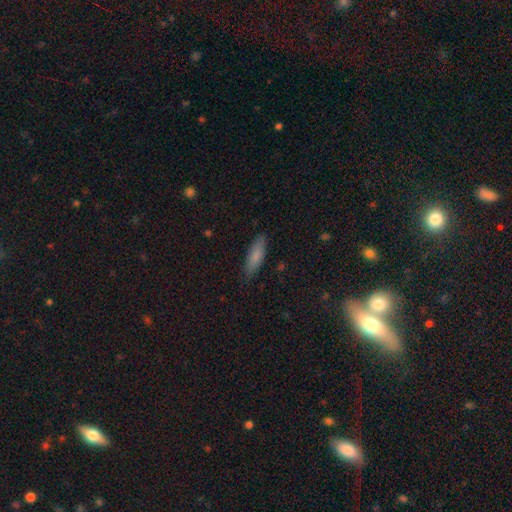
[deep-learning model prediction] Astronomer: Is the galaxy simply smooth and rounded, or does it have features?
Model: smooth — 80%.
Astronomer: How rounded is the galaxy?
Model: cigar-shaped — 55% (runner-up: in between, 43%).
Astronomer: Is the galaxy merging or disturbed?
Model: none — 84%.